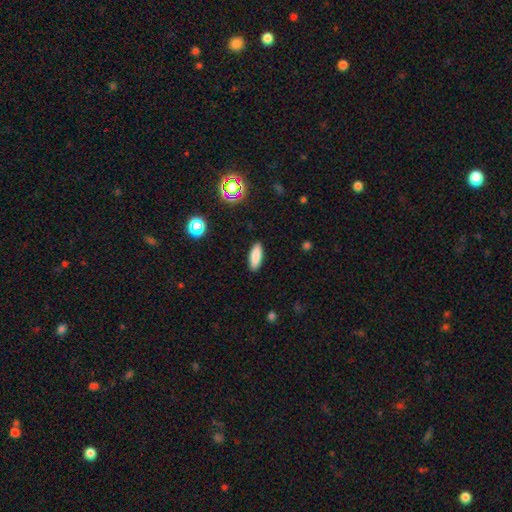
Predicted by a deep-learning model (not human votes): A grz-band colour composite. It shows a smooth galaxy with no disk features (86%) that is in between round and cigar-shaped (64%). Merging: none (90%).